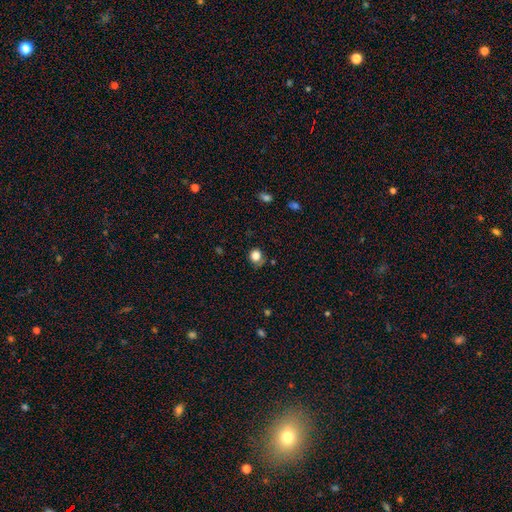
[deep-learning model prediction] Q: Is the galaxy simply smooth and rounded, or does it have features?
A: smooth — 81%.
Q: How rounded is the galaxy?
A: round — 81%.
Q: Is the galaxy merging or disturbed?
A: none — 73%.